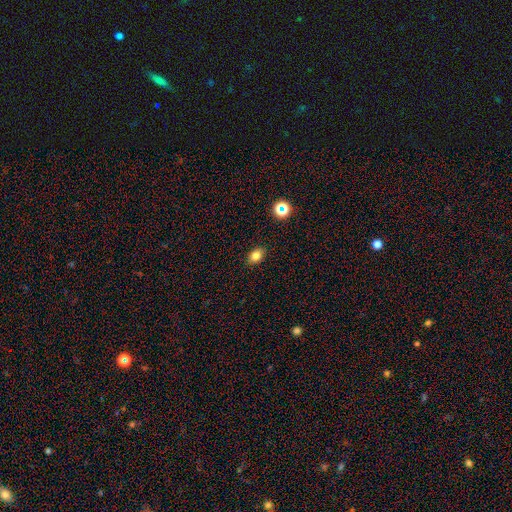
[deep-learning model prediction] Morphology: type=smooth (80%); roundness=in between (78%); merging=none (88%).